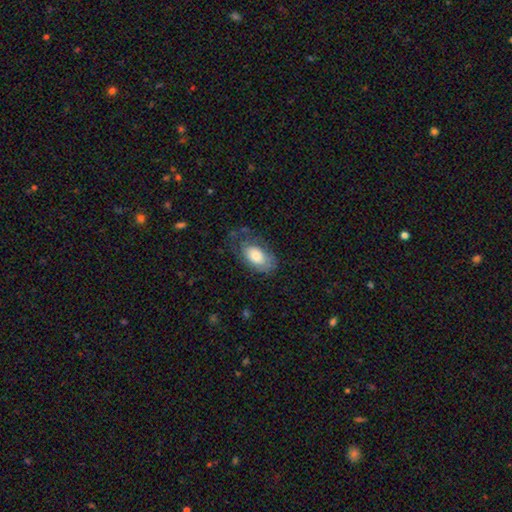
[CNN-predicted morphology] Smooth or featured?
  - smooth: 64% *
  - featured or disk: 29%
  - star or artifact: 7%
How rounded?
  - in between: 93% *
  - round: 6%
  - cigar-shaped: 2%
Merging?
  - none: 49% *
  - minor disturbance: 27%
  - major disturbance: 22%
  - merger: 2%